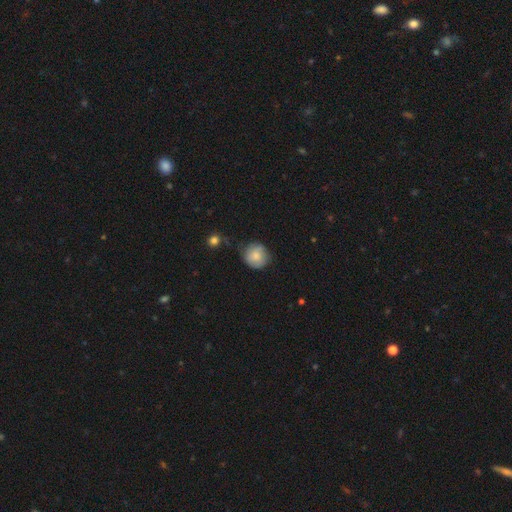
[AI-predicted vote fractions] smooth_or_featured: smooth (p=0.75) [alt: featured or disk p=0.18]
how_rounded: round (p=0.87) [alt: in between p=0.12]
merging: none (p=0.64) [alt: minor disturbance p=0.26]